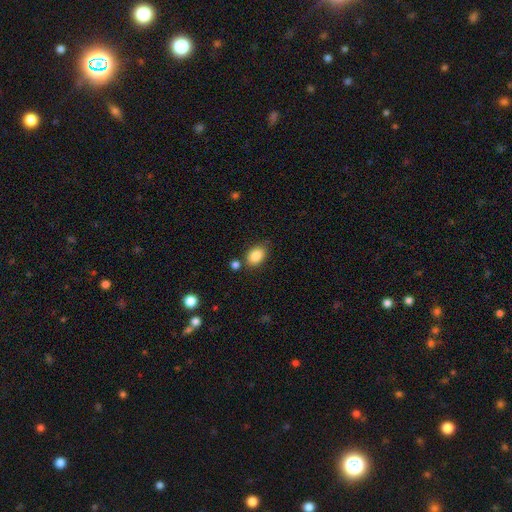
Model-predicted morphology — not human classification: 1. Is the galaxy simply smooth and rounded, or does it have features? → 86% smooth, 8% star or artifact, 5% featured or disk.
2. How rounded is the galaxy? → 78% in between, 20% round, 1% cigar-shaped.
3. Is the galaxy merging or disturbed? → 76% none, 14% minor disturbance, 7% merger, 4% major disturbance.